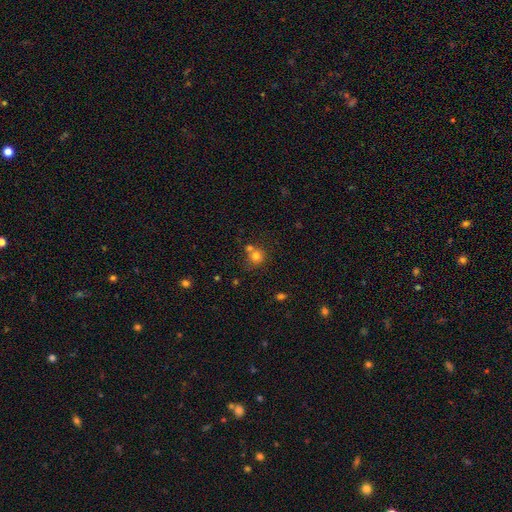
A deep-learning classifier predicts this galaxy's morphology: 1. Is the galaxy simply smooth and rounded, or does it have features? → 77% smooth, 13% star or artifact, 10% featured or disk.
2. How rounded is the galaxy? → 87% round, 12% in between, 1% cigar-shaped.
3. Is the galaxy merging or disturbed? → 53% none, 34% merger, 9% minor disturbance, 4% major disturbance.